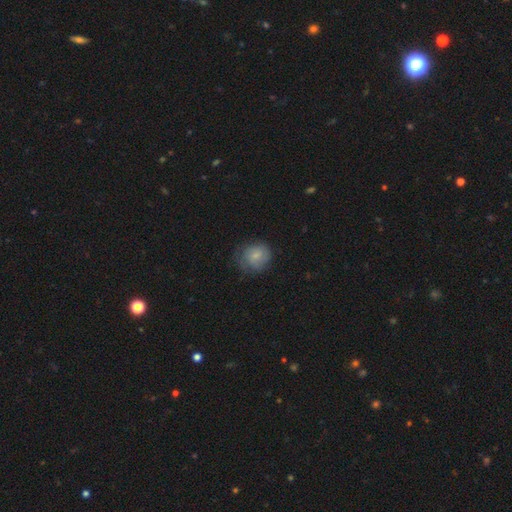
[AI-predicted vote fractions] Morphology: type=smooth (72%); roundness=round (74%); merging=none (63%).